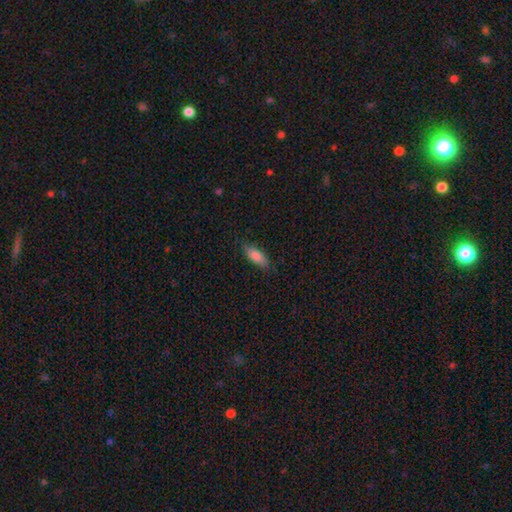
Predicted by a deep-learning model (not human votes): The model was most divided on "how rounded": in between: 74%, cigar-shaped: 24%, round: 2%. More confident: smooth or featured — smooth (84%); merging — none (83%).